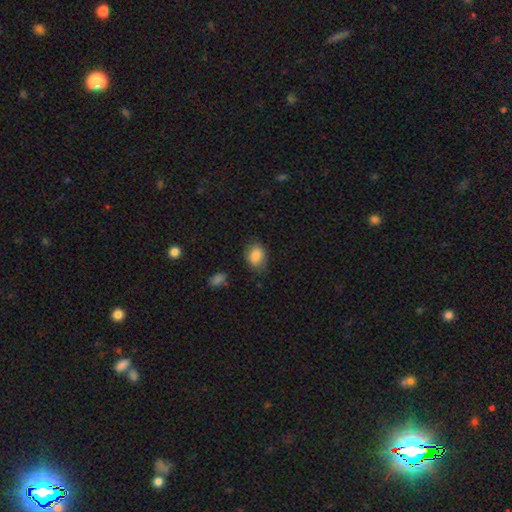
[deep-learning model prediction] This appears to be a smooth galaxy with no disk features (85%) that is in between round and cigar-shaped (68%). Merging: none (73%).